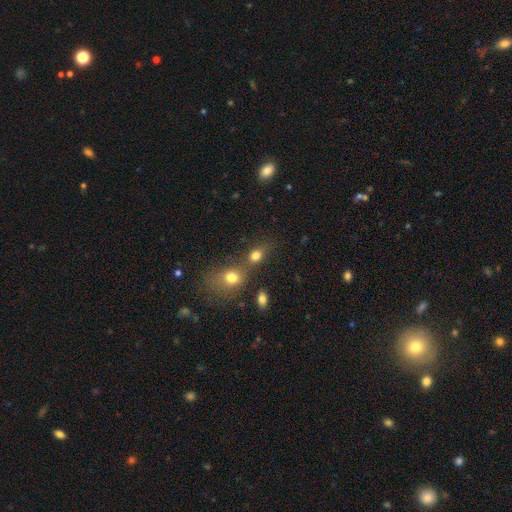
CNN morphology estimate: Smooth or featured? smooth (77%)
How rounded? in between (51%)
Merging? none (46%)